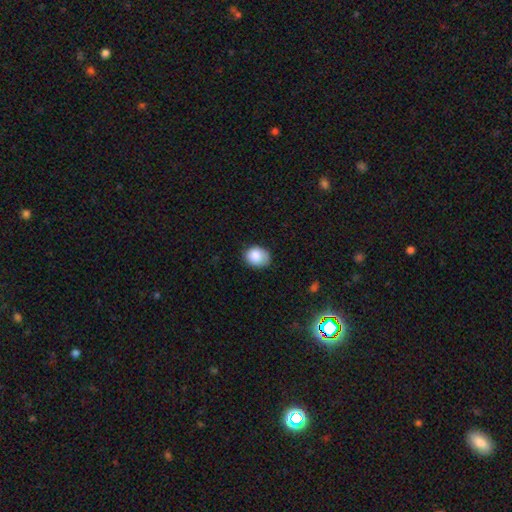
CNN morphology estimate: smooth 85%, star or artifact 8%, featured or disk 7%. Down the decision tree: how rounded — in between (52%); merging — none (68%).